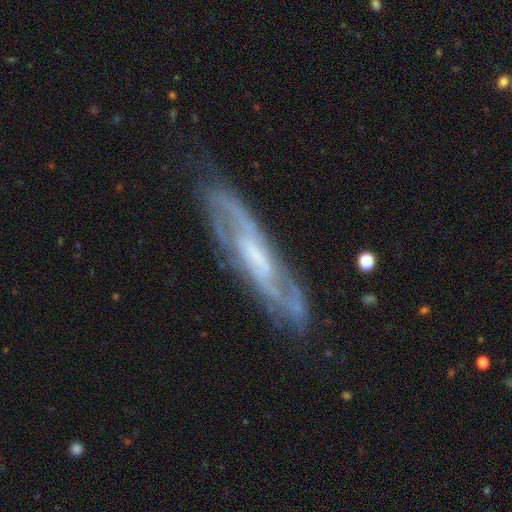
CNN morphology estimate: smooth_or_featured: featured or disk (p=0.83) [alt: smooth p=0.11]
disk_edge_on: no (p=0.73) [alt: yes p=0.27]
bar: weak (p=0.45) [alt: no p=0.32]
has_spiral_arms: yes (p=0.92) [alt: no p=0.08]
spiral_winding: medium (p=0.48) [alt: tight p=0.37]
spiral_arm_count: 2 (p=0.66) [alt: can't tell p=0.23]
bulge_size: small (p=0.42) [alt: moderate p=0.30]
merging: none (p=0.75) [alt: minor disturbance p=0.17]